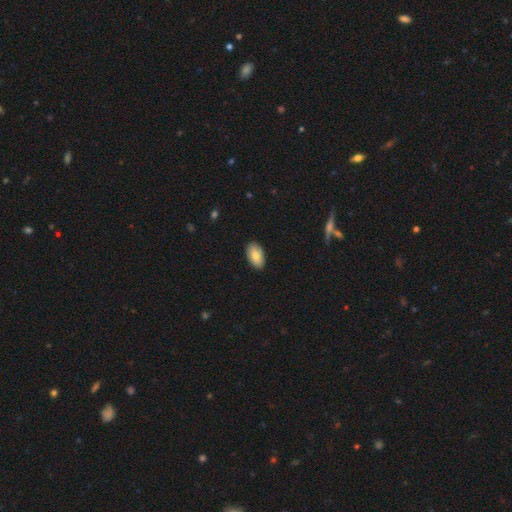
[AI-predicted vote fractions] The model was most divided on "smooth or featured": smooth: 81%, featured or disk: 12%, star or artifact: 7%. More confident: how rounded — in between (95%); merging — none (89%).